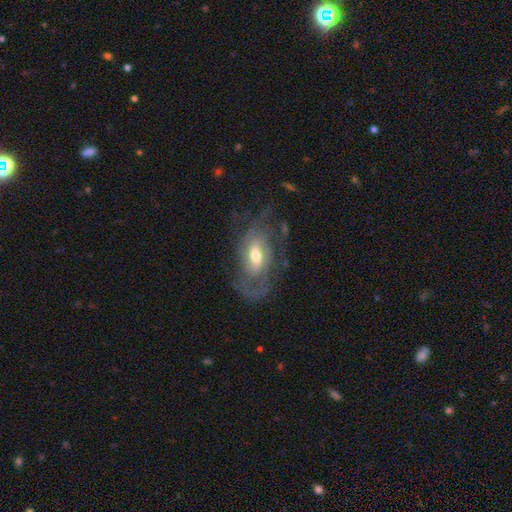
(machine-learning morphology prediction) Smooth or featured? featured or disk (78%)
Edge-on disk? no (93%)
Bar? weak (43%)
Spiral arms? yes (86%)
Spiral winding? medium (41%)
Spiral arm count? can't tell (36%)
Bulge size? moderate (66%)
Merging? none (54%)